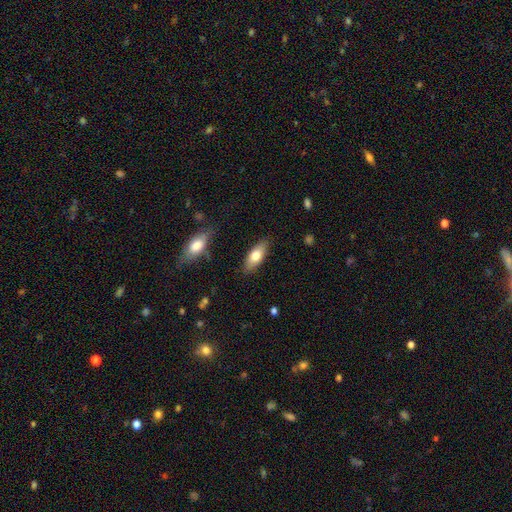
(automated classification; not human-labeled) A smooth galaxy with no disk features (73%) that is in between round and cigar-shaped (77%).

Vote fractions:
- Smooth or featured? smooth: 73% / featured or disk: 21% / star or artifact: 6%
- How rounded? in between: 77% / cigar-shaped: 21% / round: 2%
- Merging? none: 85% / minor disturbance: 11% / major disturbance: 2% / merger: 2%